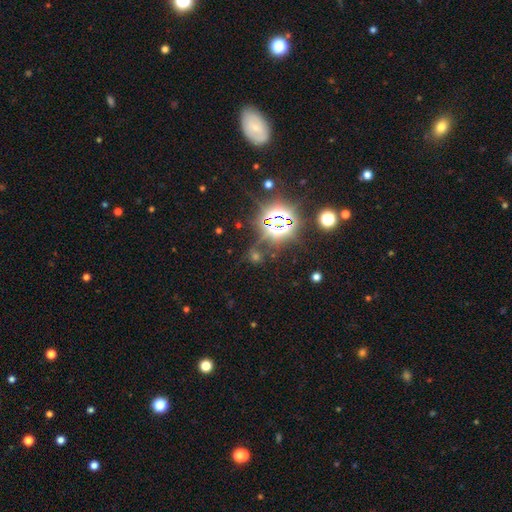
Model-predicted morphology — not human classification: Overall: star or artifact (71%).